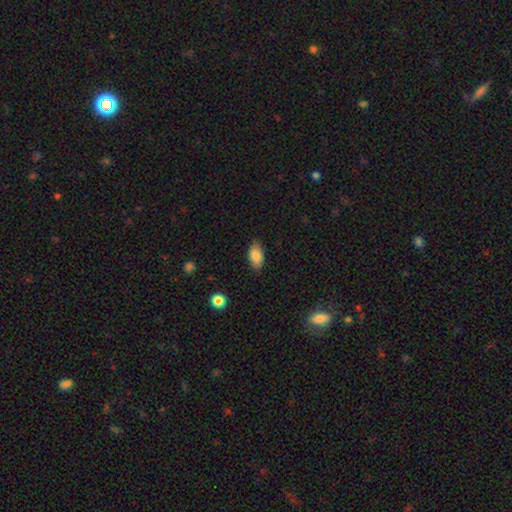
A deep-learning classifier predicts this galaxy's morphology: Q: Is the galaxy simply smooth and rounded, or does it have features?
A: smooth — 84%.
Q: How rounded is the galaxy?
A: in between — 92%.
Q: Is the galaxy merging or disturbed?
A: none — 83%.